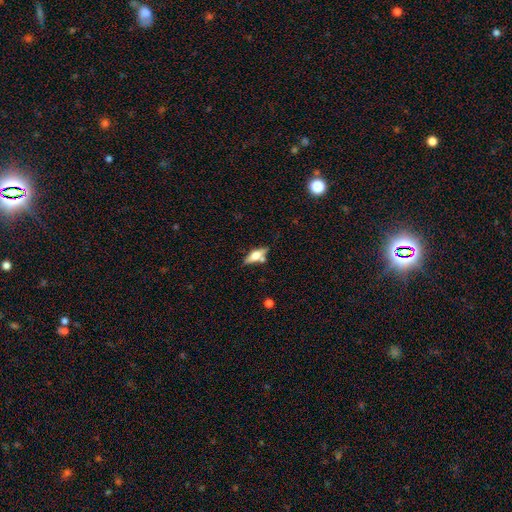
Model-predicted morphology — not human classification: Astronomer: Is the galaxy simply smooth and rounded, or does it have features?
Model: featured or disk — 50% (runner-up: smooth, 42%).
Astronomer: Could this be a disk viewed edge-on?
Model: yes — 90%.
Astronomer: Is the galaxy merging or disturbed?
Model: none — 67%.